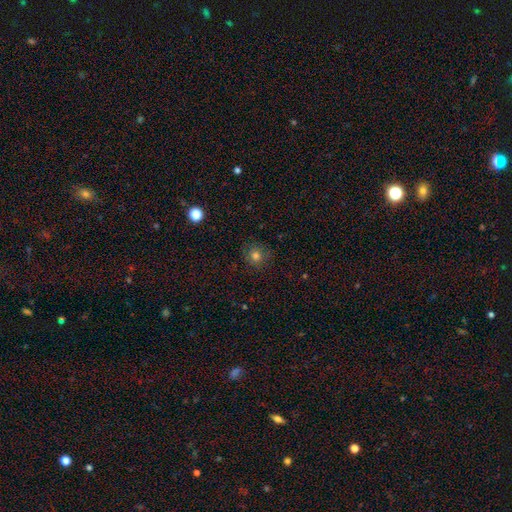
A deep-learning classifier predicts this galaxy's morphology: smooth 77%, star or artifact 15%, featured or disk 8%. Down the decision tree: how rounded — round (91%); merging — none (86%).